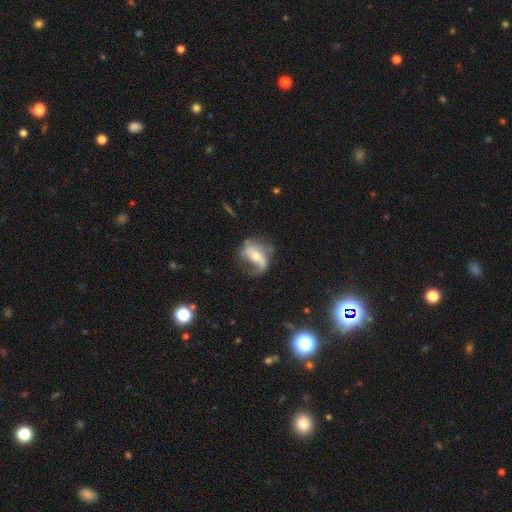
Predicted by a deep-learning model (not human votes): The model was most divided on "bar": strong: 38%, no: 33%, weak: 29%. Remaining: edge-on disk — no (90%); spiral arms — yes (70%); smooth or featured — featured or disk (67%); bulge size — moderate (55%); merging — none (44%).